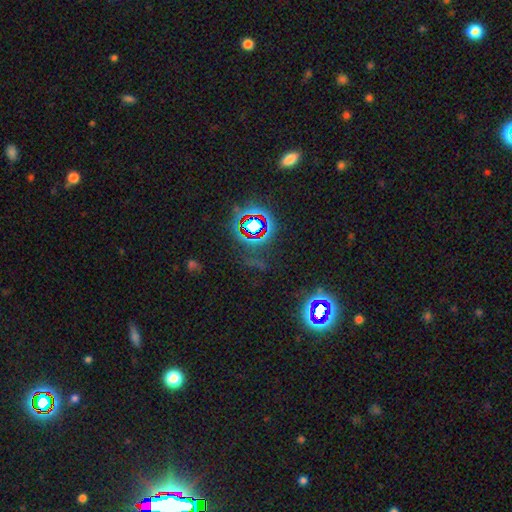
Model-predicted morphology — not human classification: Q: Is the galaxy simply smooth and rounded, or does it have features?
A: star or artifact — 73%.